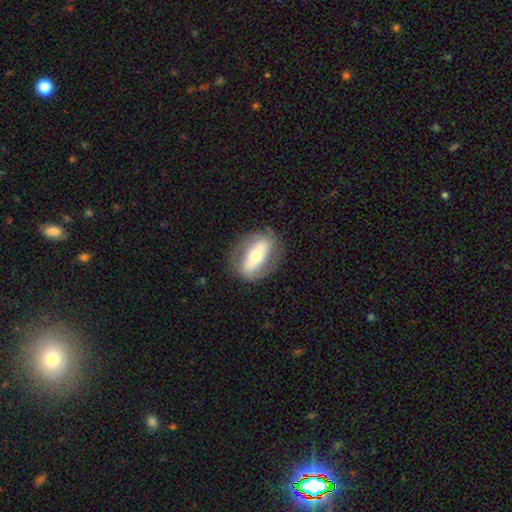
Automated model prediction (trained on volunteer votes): This is possibly a featured or disk galaxy (52%). It is clearly not viewed edge-on (82%). Merging: likely none (79%).